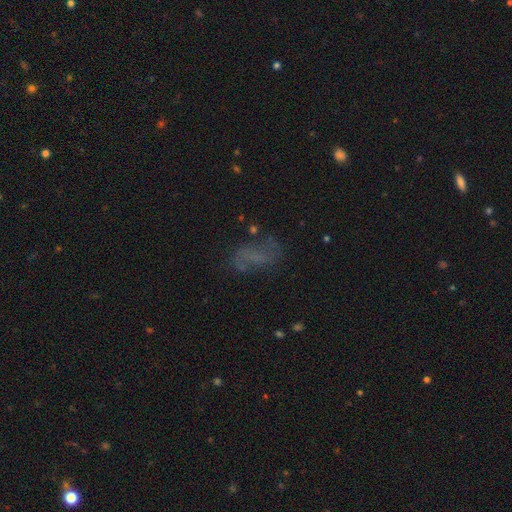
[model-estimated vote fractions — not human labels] A featured or disk galaxy (44%).

Vote fractions:
- Smooth or featured? featured or disk: 44% / smooth: 35% / star or artifact: 21%
- Merging? none: 56% / minor disturbance: 20% / major disturbance: 19% / merger: 4%